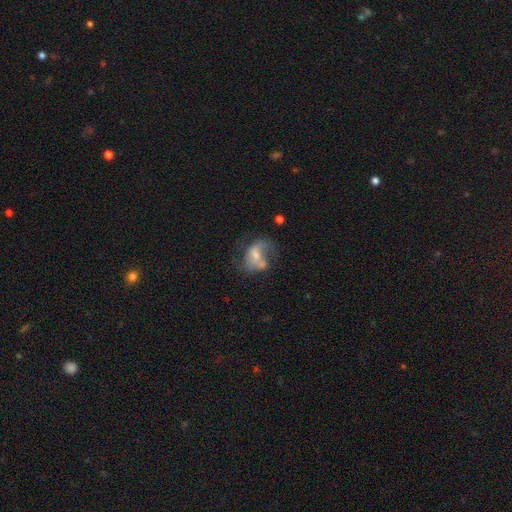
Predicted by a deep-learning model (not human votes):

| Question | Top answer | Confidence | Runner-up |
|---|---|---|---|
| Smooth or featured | featured or disk | 52% | smooth (39%) |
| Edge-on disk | no | 97% | yes (3%) |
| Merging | major disturbance | 35% | none (28%) |